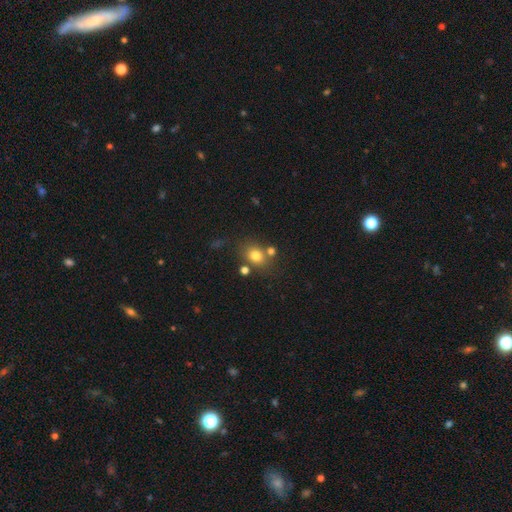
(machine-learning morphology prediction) type=smooth (76%); roundness=round (57%); merging=none (67%).